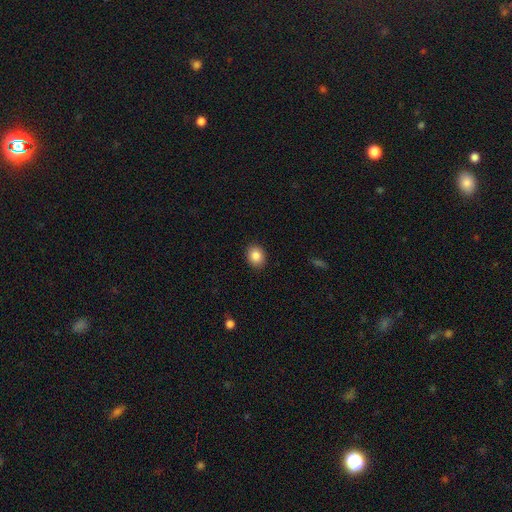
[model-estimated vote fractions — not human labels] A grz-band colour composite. It shows a smooth galaxy with no disk features (86%) that is round (56%). Merging: none (90%).